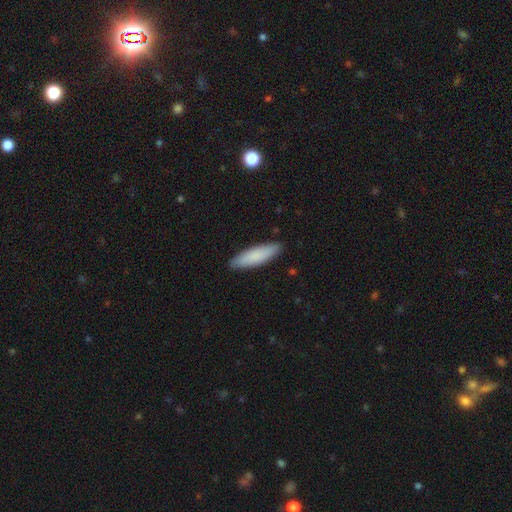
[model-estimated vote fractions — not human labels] smooth 85%, featured or disk 9%, star or artifact 6%. Down the decision tree: how rounded — cigar-shaped (60%); merging — none (89%).